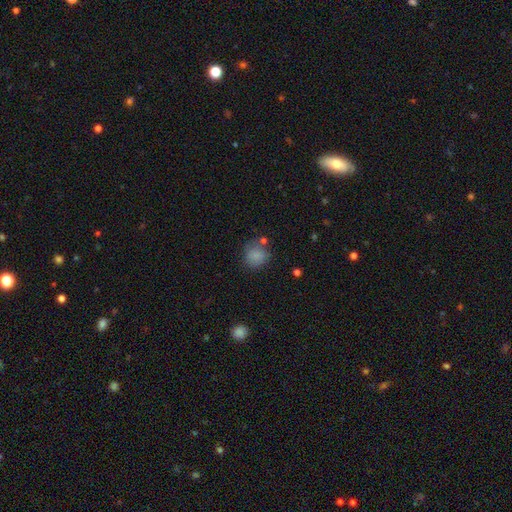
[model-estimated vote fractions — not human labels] The model was most divided on "merging": none: 67%, minor disturbance: 19%, major disturbance: 7%, merger: 7%. More confident: smooth or featured — smooth (82%); how rounded — round (80%).